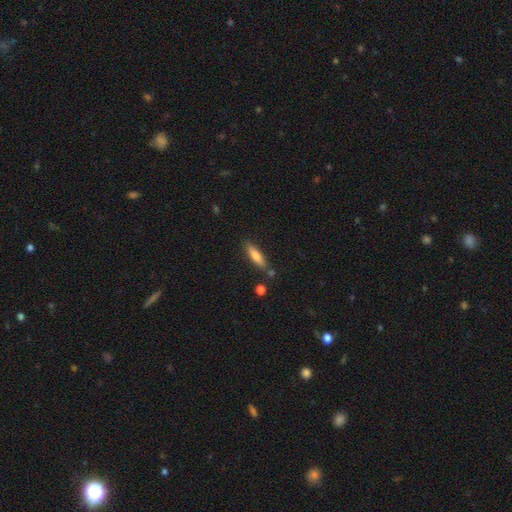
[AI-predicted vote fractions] This appears to be a smooth galaxy with no disk features (66%) that is cigar-shaped (71%). Merging: none (79%).